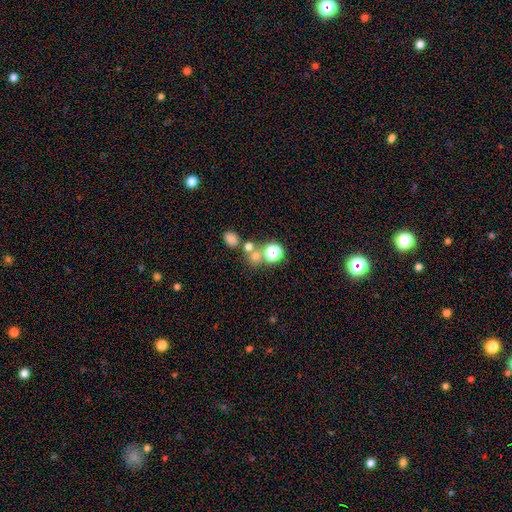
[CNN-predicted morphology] Smooth or featured?
  - smooth: 64% *
  - star or artifact: 25%
  - featured or disk: 11%
How rounded?
  - round: 81% *
  - in between: 18%
  - cigar-shaped: 1%
Merging?
  - none: 53% *
  - merger: 35%
  - minor disturbance: 7%
  - major disturbance: 4%